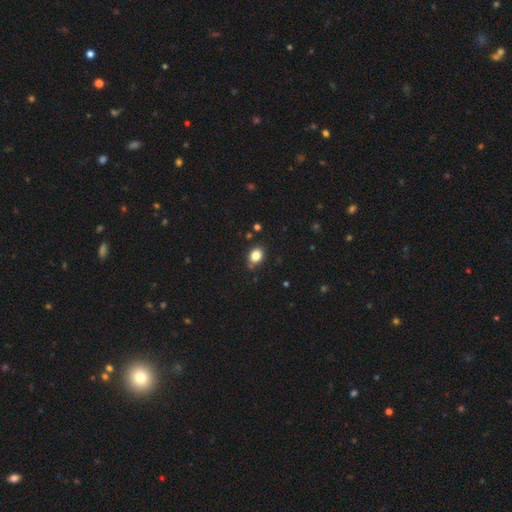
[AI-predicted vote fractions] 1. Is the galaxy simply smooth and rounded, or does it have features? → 84% smooth, 10% star or artifact, 6% featured or disk.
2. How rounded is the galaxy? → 57% in between, 42% round, 1% cigar-shaped.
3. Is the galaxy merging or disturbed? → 81% none, 13% minor disturbance, 3% merger, 3% major disturbance.